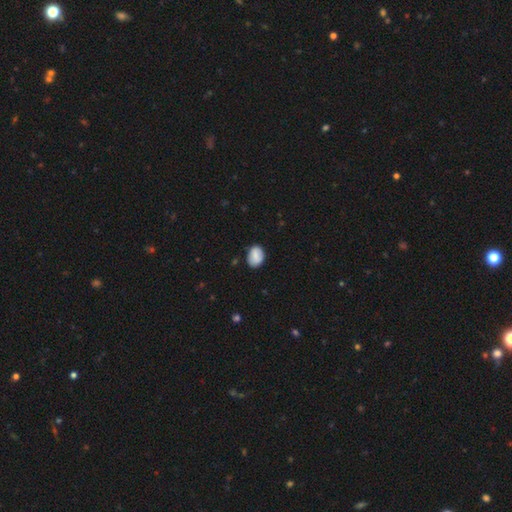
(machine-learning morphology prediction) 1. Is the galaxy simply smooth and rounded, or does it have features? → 79% smooth, 13% featured or disk, 7% star or artifact.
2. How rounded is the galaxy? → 73% in between, 26% round, 1% cigar-shaped.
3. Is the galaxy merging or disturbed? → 79% none, 16% minor disturbance, 3% major disturbance, 2% merger.